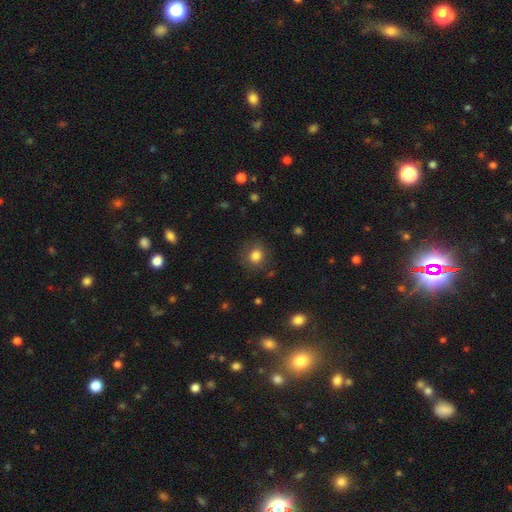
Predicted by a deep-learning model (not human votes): smooth 82%, star or artifact 11%, featured or disk 7%. Down the decision tree: how rounded — round (86%); merging — none (85%).